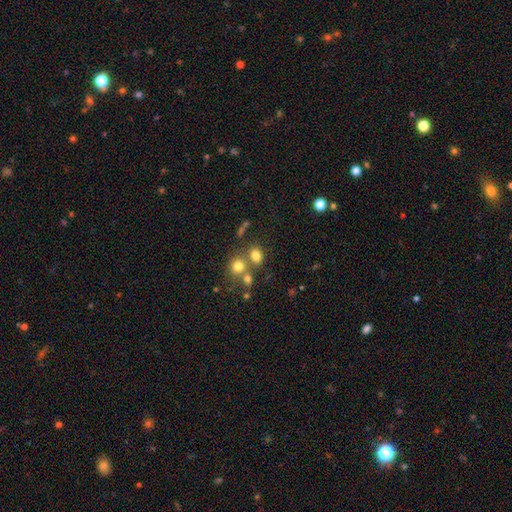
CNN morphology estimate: Q: Smooth or featured?
A: smooth (76%); runner-up: star or artifact (15%)
Q: How rounded?
A: in between (53%); runner-up: round (46%)
Q: Merging?
A: none (57%); runner-up: merger (27%)